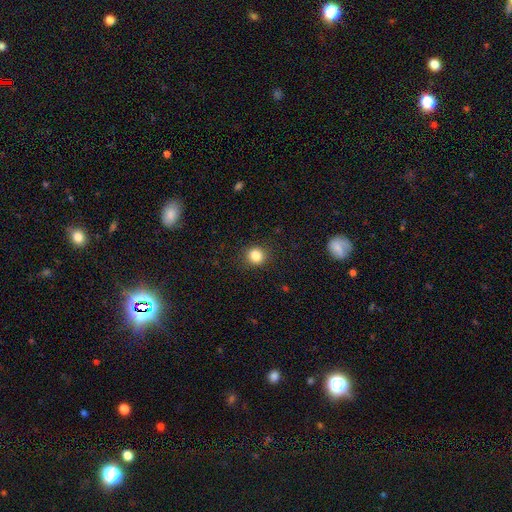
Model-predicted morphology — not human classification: smooth 84%, star or artifact 11%, featured or disk 5%. Down the decision tree: how rounded — round (83%); merging — none (88%).